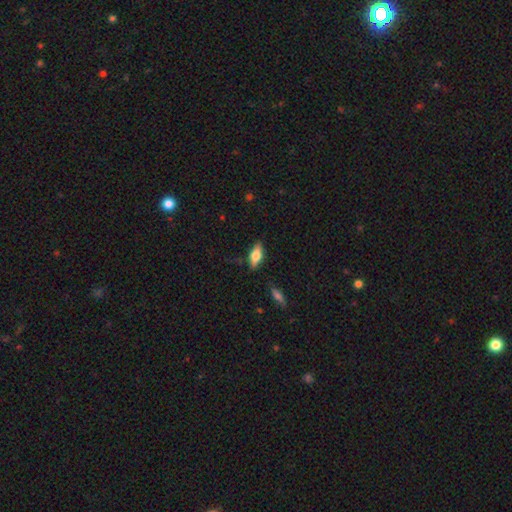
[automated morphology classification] smooth_or_featured: smooth (p=0.63) [alt: featured or disk p=0.30]
how_rounded: in between (p=0.75) [alt: cigar-shaped p=0.21]
merging: none (p=0.80) [alt: minor disturbance p=0.15]